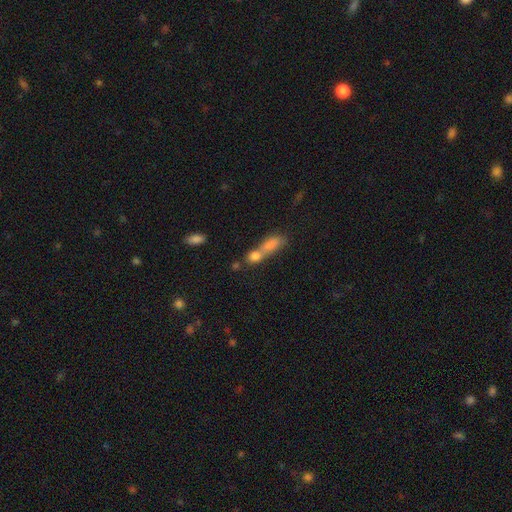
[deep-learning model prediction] Smooth or featured? Predicted: smooth (p=0.75). How rounded? Predicted: in between (p=0.50). Merging? Predicted: merger (p=0.66).